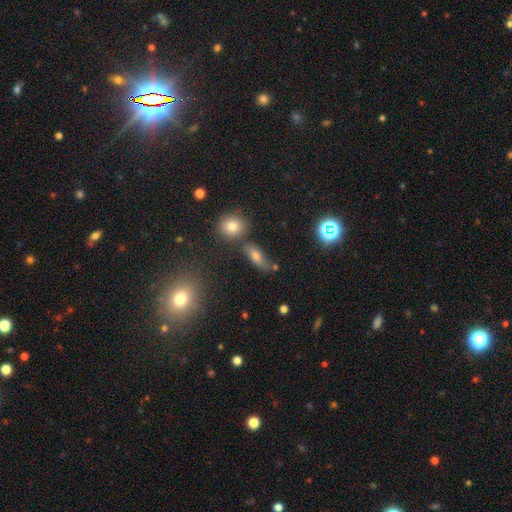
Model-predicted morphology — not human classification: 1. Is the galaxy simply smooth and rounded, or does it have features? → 66% smooth, 17% featured or disk, 17% star or artifact.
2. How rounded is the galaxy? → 65% in between, 24% cigar-shaped, 11% round.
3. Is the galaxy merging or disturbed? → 64% none, 17% minor disturbance, 12% merger, 7% major disturbance.